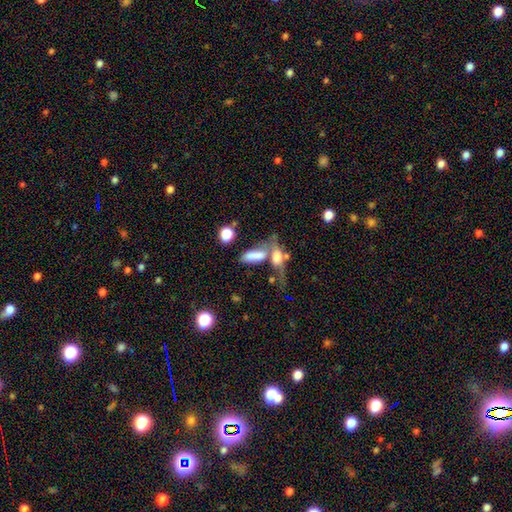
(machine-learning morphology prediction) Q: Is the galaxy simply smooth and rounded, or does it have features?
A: smooth — 67%.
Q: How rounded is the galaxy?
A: in between — 69%.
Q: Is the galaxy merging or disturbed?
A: merger — 58%.